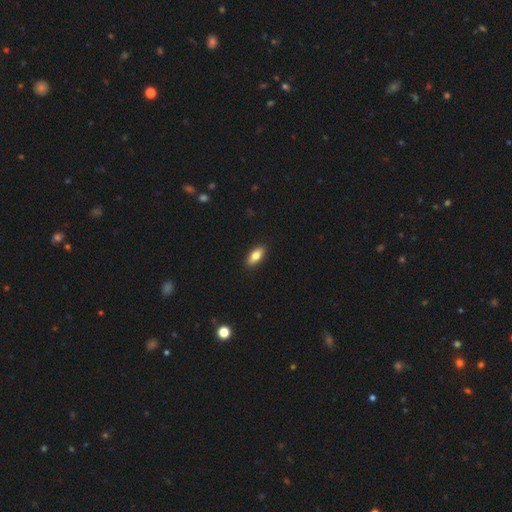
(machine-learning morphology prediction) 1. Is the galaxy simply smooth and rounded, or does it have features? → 78% smooth, 15% featured or disk, 7% star or artifact.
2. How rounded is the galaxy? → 83% in between, 14% cigar-shaped, 3% round.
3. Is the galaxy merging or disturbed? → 90% none, 7% minor disturbance, 2% major disturbance, 1% merger.